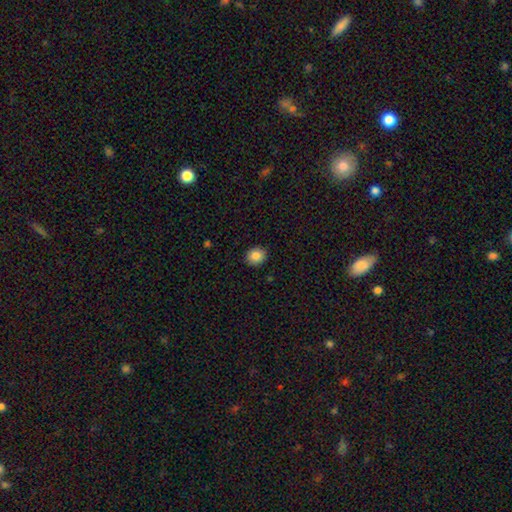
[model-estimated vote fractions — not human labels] smooth_or_featured: smooth (p=0.85) [alt: star or artifact p=0.09]
how_rounded: round (p=0.73) [alt: in between p=0.26]
merging: none (p=0.90) [alt: minor disturbance p=0.07]